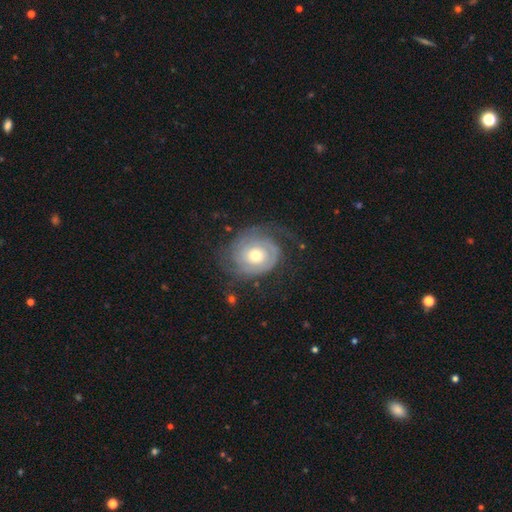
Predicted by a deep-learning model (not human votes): featured or disk 79%, smooth 15%, star or artifact 6%. Down the decision tree: edge-on disk — no (97%); bar — no (80%); spiral arms — yes (90%); spiral arm count — 2 (36%); spiral winding — tight (71%); bulge size — moderate (63%); merging — none (64%).